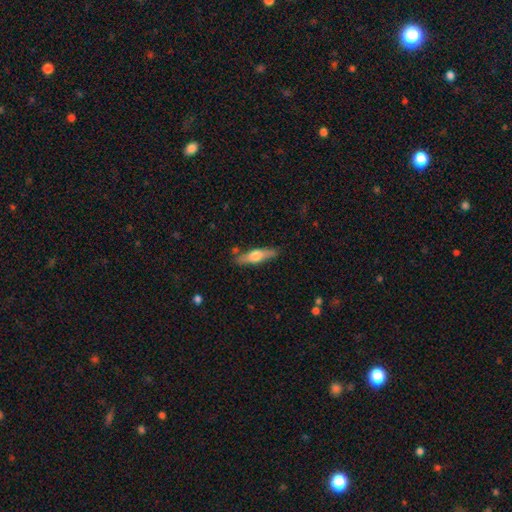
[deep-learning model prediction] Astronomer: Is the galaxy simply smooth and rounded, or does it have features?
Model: featured or disk — 50% (runner-up: smooth, 45%).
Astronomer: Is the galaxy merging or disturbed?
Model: none — 83%.